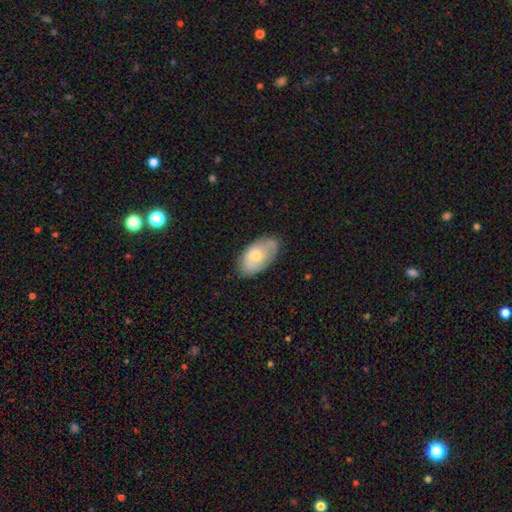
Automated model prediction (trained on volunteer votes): smooth_or_featured: smooth (p=0.57) [alt: featured or disk p=0.37]
how_rounded: in between (p=0.93) [alt: round p=0.05]
merging: none (p=0.71) [alt: minor disturbance p=0.22]